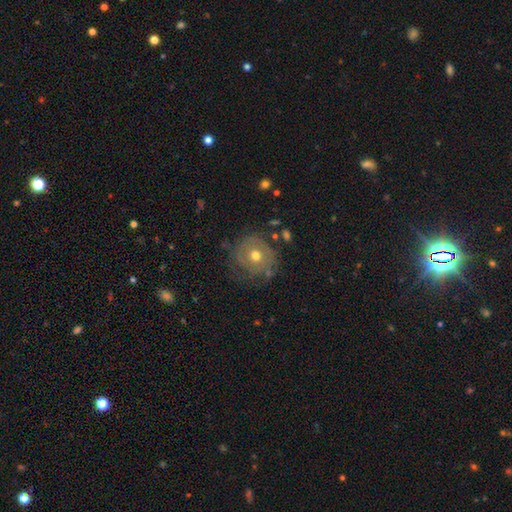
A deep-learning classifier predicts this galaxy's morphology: A featured or disk galaxy (52%) with no bar (85%), spiral arms (56%) and a moderate central bulge (77%). Merging: none (67%).